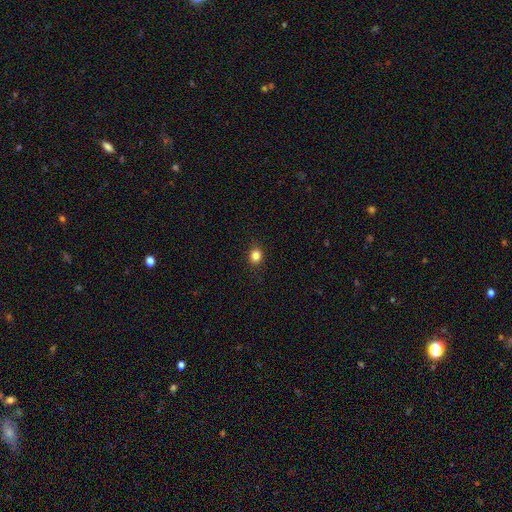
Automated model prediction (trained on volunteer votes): Smooth or featured? Predicted: smooth (p=0.84). How rounded? Predicted: round (p=0.74). Merging? Predicted: none (p=0.90).